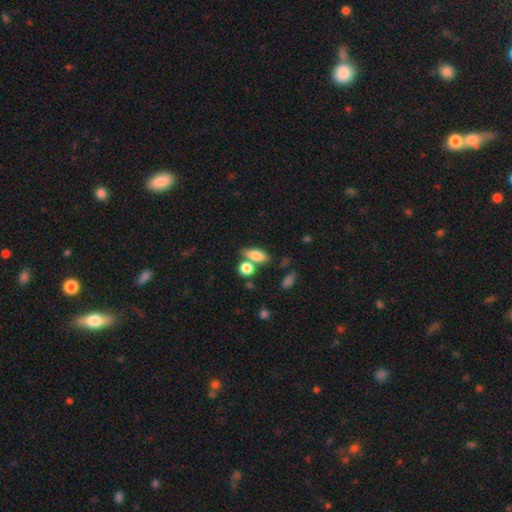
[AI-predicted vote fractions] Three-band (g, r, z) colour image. It shows a smooth galaxy with no disk features (79%) that is in between round and cigar-shaped (74%). Merging: none (55%).